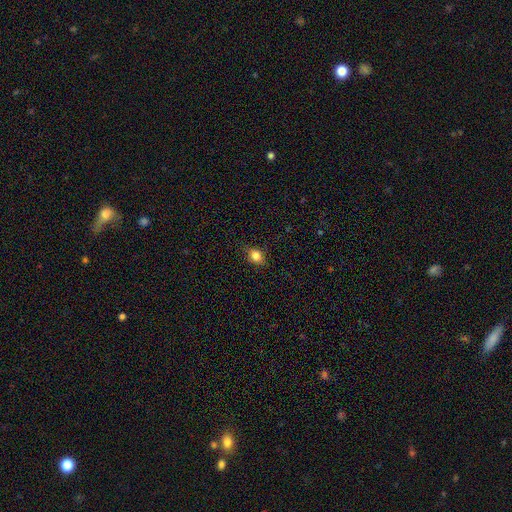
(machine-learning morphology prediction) type=smooth (82%); roundness=round (50%); merging=none (79%).